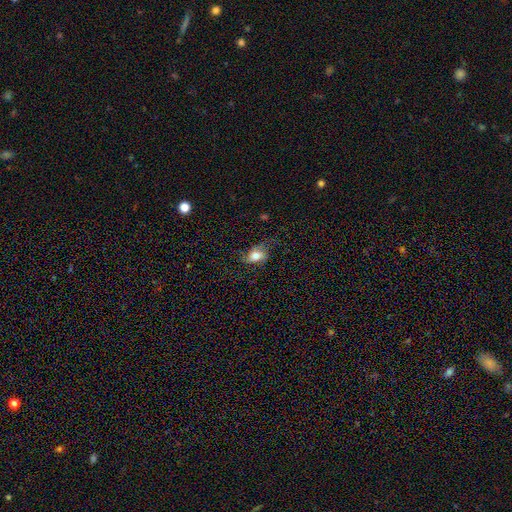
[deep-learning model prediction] smooth-or-featured: smooth: 64% | featured or disk: 26% | star or artifact: 10%
  how-rounded: in between: 76% | round: 21% | cigar-shaped: 3%
  merging: none: 49% | minor disturbance: 26% | major disturbance: 23% | merger: 2%